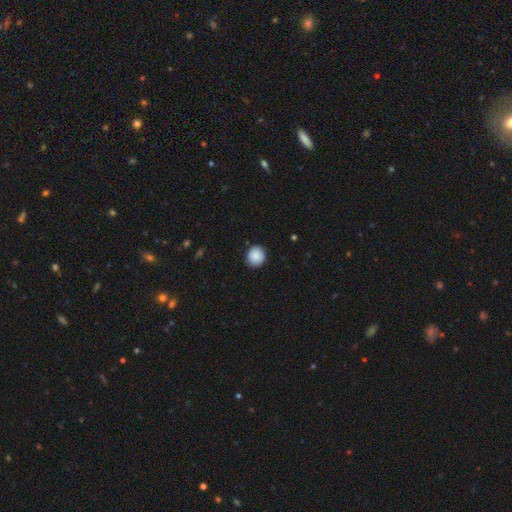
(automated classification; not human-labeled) Smooth or featured: smooth — 88% (star or artifact — 7%)
How rounded: round — 90% (in between — 9%)
Merging: none — 90% (minor disturbance — 8%)